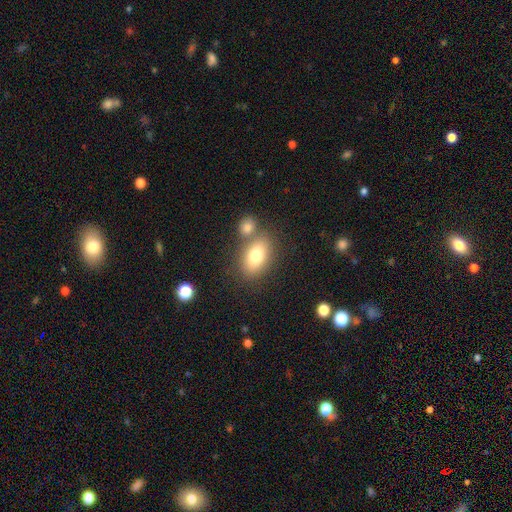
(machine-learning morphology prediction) Smooth or featured? smooth (78%)
How rounded? in between (86%)
Merging? none (60%)